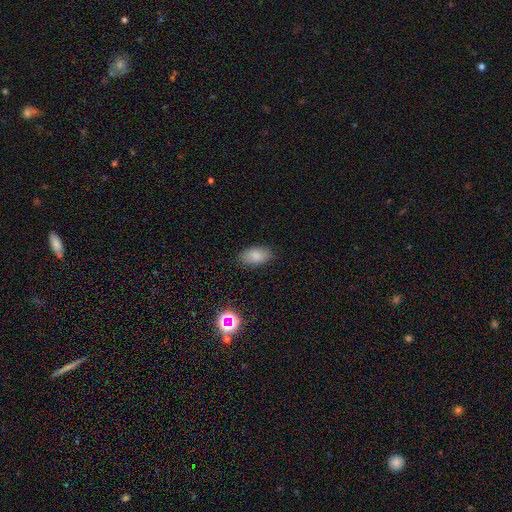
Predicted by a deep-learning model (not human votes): A smooth galaxy with no disk features (84%) that is in between round and cigar-shaped (92%). Merging: none (86%).